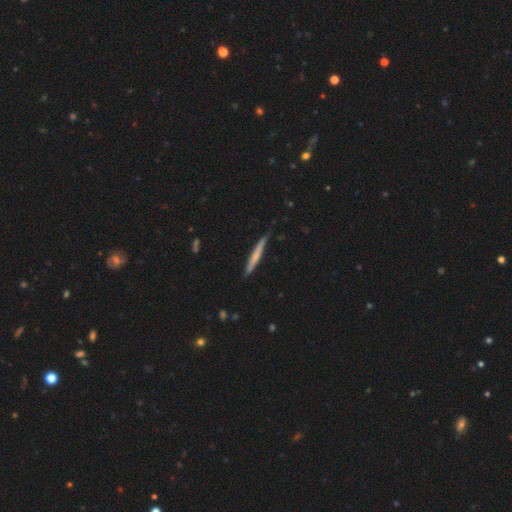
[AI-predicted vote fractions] Overall: smooth (51%; featured or disk 44%). How rounded: cigar-shaped (96%). Merging: none (83%).